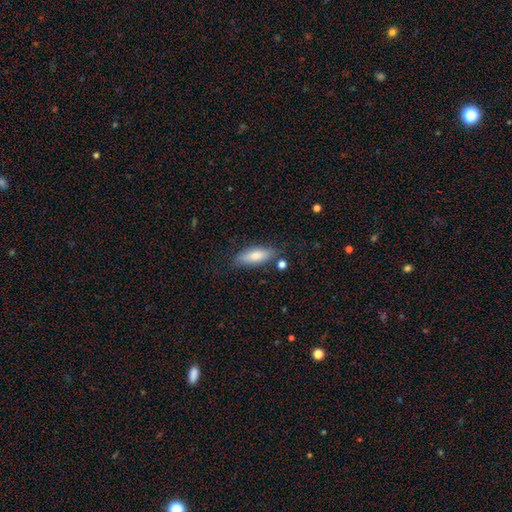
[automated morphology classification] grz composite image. It shows a smooth galaxy with no disk features (78%) that is in between round and cigar-shaped (66%). Merging: none (75%).